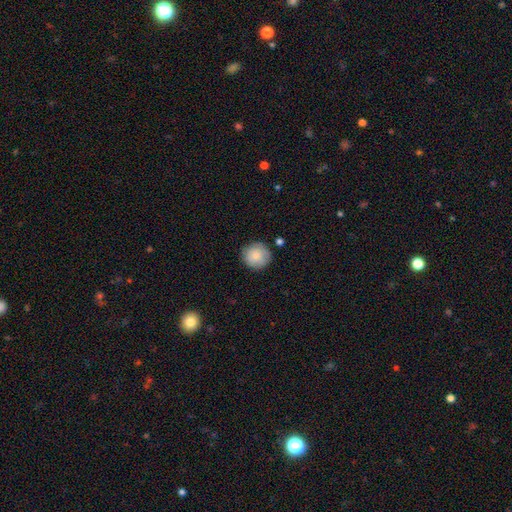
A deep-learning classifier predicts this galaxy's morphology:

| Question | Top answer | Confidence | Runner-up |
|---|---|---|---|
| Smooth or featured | smooth | 81% | featured or disk (12%) |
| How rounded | round | 94% | in between (5%) |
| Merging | none | 84% | minor disturbance (12%) |